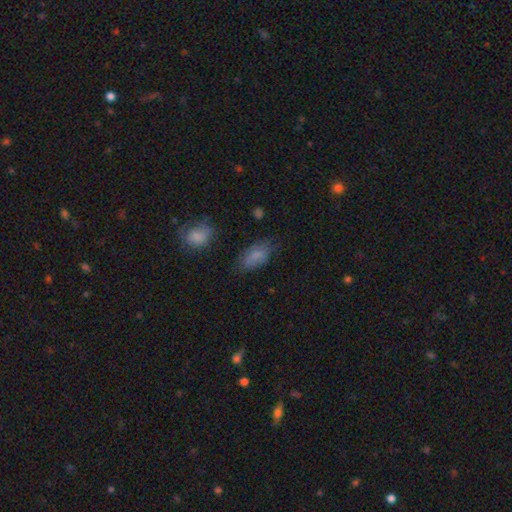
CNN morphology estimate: Q: Smooth or featured?
A: smooth (78%); runner-up: featured or disk (12%)
Q: How rounded?
A: in between (90%); runner-up: cigar-shaped (6%)
Q: Merging?
A: none (60%); runner-up: minor disturbance (27%)